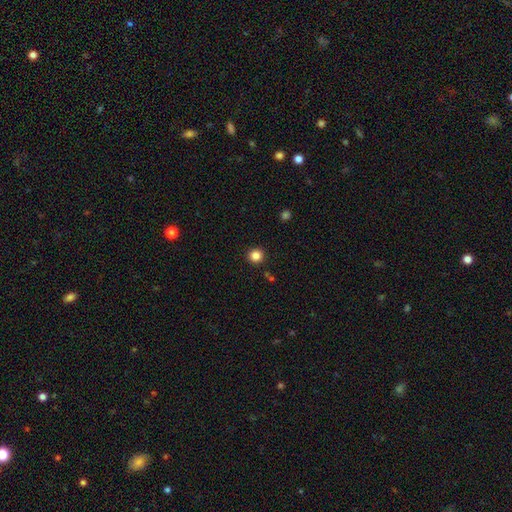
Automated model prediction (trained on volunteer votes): The model was most divided on "smooth or featured": smooth: 85%, star or artifact: 11%, featured or disk: 4%. More confident: how rounded — round (93%); merging — none (91%).